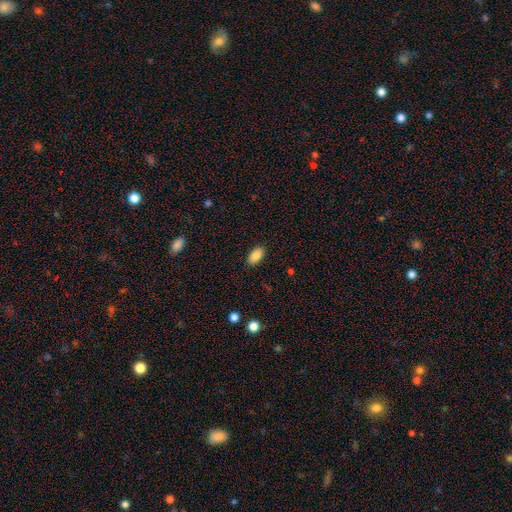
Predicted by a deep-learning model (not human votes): smooth_or_featured: smooth (p=0.88) [alt: star or artifact p=0.08]
how_rounded: in between (p=0.93) [alt: cigar-shaped p=0.04]
merging: none (p=0.88) [alt: minor disturbance p=0.08]